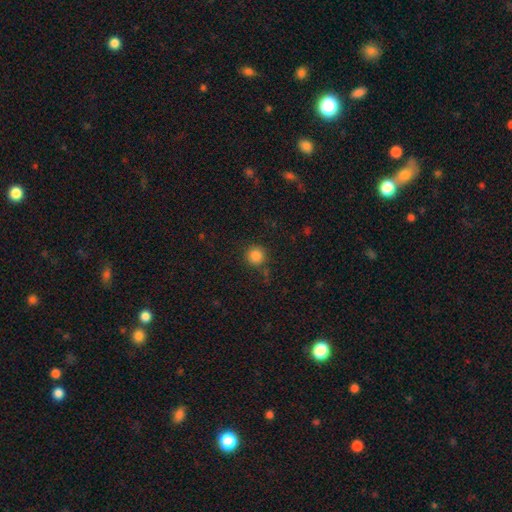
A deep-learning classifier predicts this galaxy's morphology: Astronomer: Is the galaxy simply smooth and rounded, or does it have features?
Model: smooth — 85%.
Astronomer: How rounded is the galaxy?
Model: round — 94%.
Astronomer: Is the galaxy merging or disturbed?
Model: none — 85%.